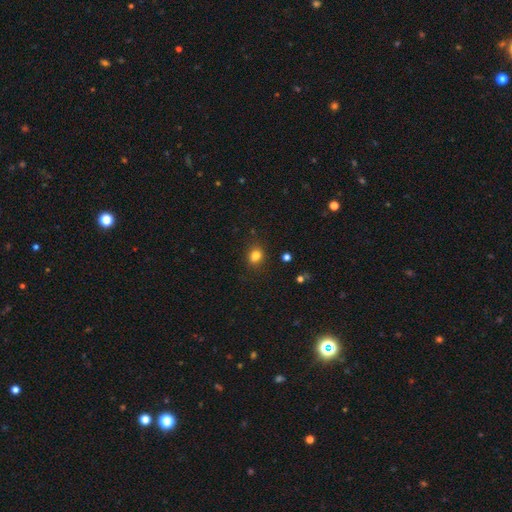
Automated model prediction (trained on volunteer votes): Smooth or featured? smooth (81%)
How rounded? round (53%)
Merging? none (78%)